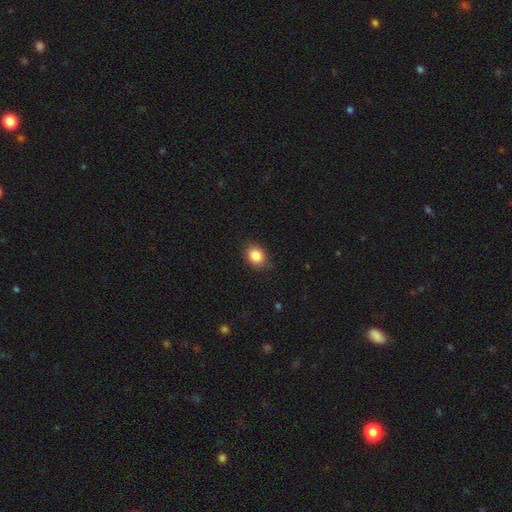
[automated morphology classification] A smooth galaxy with no disk features (86%) that is in between round and cigar-shaped (50%). Merging: none (82%).